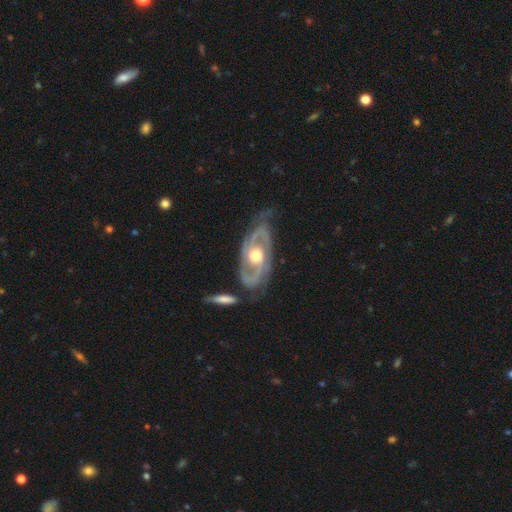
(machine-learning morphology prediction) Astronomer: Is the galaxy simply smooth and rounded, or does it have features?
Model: featured or disk — 90%.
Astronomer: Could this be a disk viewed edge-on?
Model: no — 94%.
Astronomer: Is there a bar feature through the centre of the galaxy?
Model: no — 66%.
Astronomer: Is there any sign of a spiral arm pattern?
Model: yes — 94%.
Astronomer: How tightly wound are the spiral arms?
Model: medium — 44% (runner-up: tight, 43%).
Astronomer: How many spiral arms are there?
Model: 2 — 84%.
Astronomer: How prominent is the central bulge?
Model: moderate — 74%.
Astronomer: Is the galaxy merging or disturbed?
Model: none — 65%.